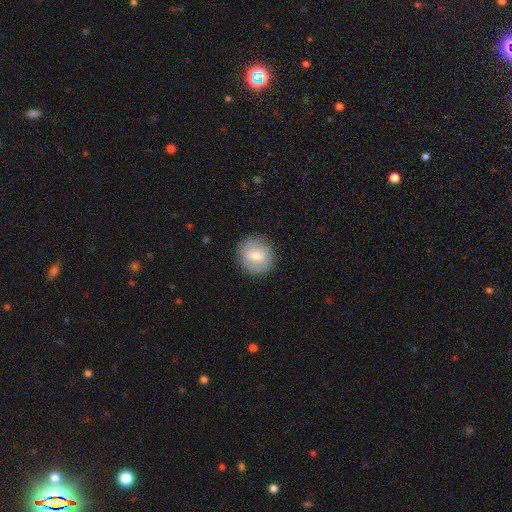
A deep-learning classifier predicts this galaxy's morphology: Overall: smooth (66%; featured or disk 26%). How rounded: round (89%). Merging: none (87%).